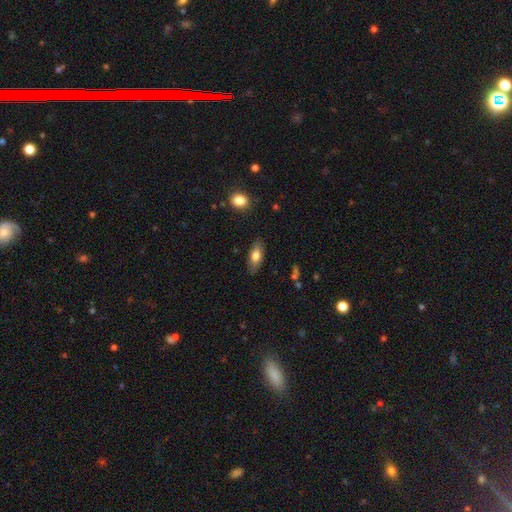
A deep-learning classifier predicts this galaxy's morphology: The model was most divided on "smooth or featured": smooth: 71%, featured or disk: 22%, star or artifact: 7%. More confident: merging — none (83%); how rounded — in between (82%).